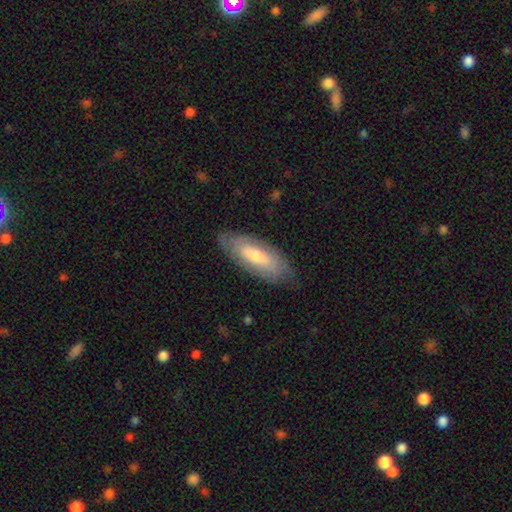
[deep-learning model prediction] Smooth or featured?
  - smooth: 56% *
  - featured or disk: 38%
  - star or artifact: 6%
How rounded?
  - in between: 73% *
  - cigar-shaped: 25%
  - round: 2%
Merging?
  - none: 78% *
  - minor disturbance: 17%
  - major disturbance: 4%
  - merger: 1%